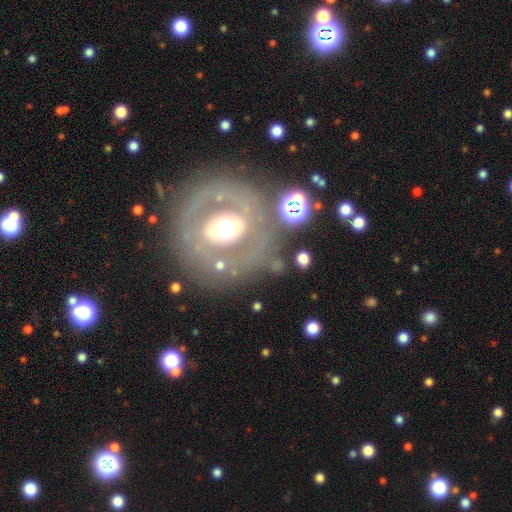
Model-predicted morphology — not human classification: A featured or disk galaxy (69%) with no bar (47%), no spiral arms (68%) and a moderate central bulge (59%).

Vote fractions:
- Smooth or featured? featured or disk: 69% / smooth: 23% / star or artifact: 8%
- Edge-on disk? no: 94% / yes: 6%
- Bar? no: 47% / weak: 30% / strong: 23%
- Spiral arms? no: 68% / yes: 32%
- Bulge size? moderate: 59% / large: 29% / small: 8% / dominant: 3% / none: 1%
- Merging? none: 75% / minor disturbance: 13% / major disturbance: 9% / merger: 3%